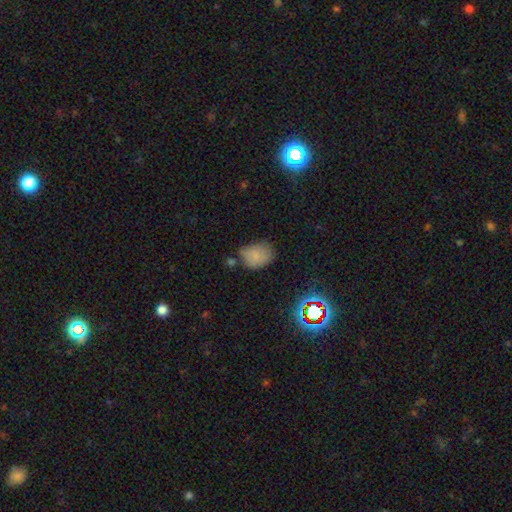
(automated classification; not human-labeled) Smooth or featured? smooth (74%)
How rounded? in between (63%)
Merging? none (51%)